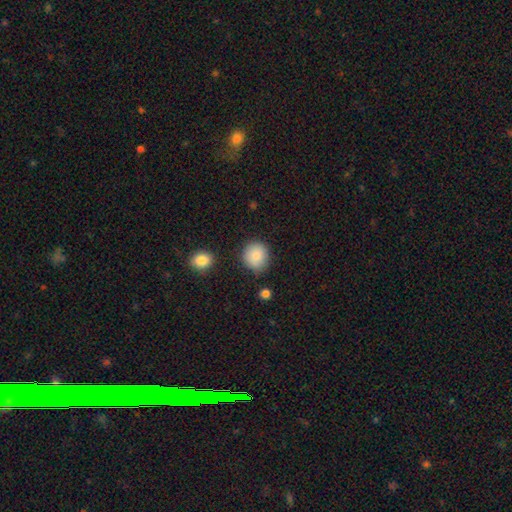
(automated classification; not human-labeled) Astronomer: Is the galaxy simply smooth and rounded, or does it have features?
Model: smooth — 85%.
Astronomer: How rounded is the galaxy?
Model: round — 85%.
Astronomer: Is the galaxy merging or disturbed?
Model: none — 80%.